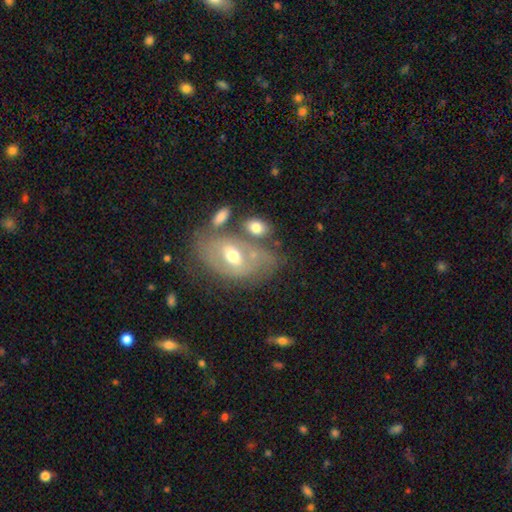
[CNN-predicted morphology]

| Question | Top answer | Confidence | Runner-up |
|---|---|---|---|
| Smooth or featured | featured or disk | 56% | smooth (36%) |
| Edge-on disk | no | 91% | yes (9%) |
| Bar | no | 46% | weak (38%) |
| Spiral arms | no | 57% | yes (43%) |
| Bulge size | moderate | 70% | small (22%) |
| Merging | none | 50% | minor disturbance (21%) |